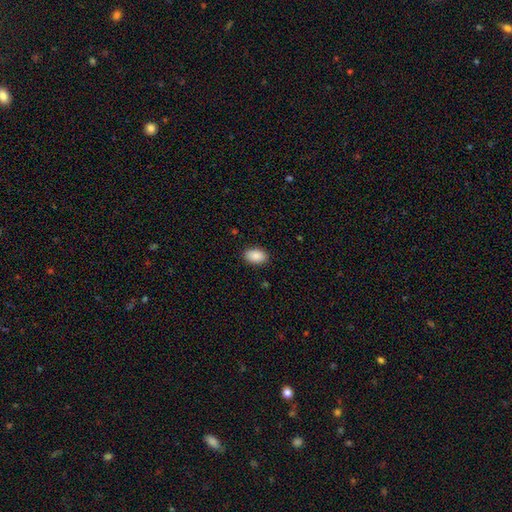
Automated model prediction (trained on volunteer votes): The model was most divided on "merging": none: 89%, minor disturbance: 8%, major disturbance: 2%, merger: 1%. More confident: how rounded — in between (91%); smooth or featured — smooth (89%).